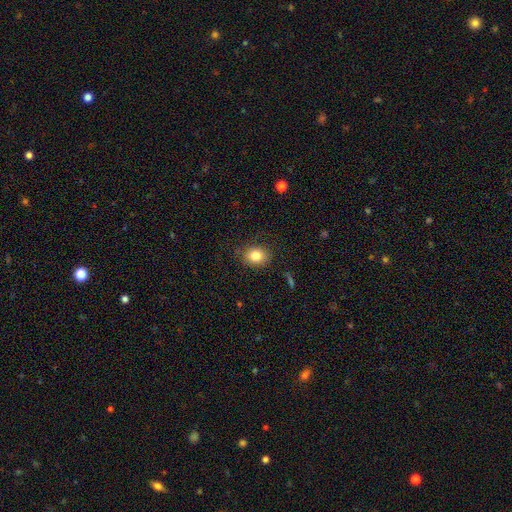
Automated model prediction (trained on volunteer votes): Smooth or featured? smooth (82%)
How rounded? round (53%)
Merging? none (82%)